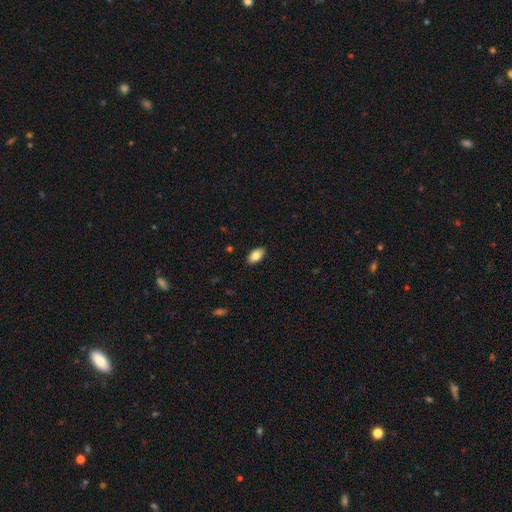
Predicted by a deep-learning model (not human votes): The model was most divided on "smooth or featured": smooth: 82%, featured or disk: 11%, star or artifact: 7%. More confident: how rounded — in between (93%); merging — none (89%).